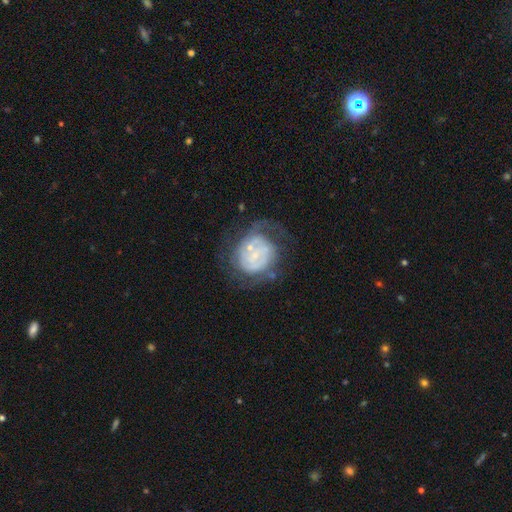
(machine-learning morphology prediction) smooth-or-featured: featured or disk: 71% | smooth: 21% | star or artifact: 8%
  disk-edge-on: no: 98% | yes: 2%
    bar: no: 55% | weak: 35% | strong: 10%
    has-spiral-arms: yes: 73% | no: 27%
      spiral-winding: tight: 57% | medium: 29% | loose: 14%
      spiral-arm-count: can't tell: 46% | 2: 28% | 3: 9% | 1: 9% | 4: 4% | more than 4: 4%
    bulge-size: small: 69% | none: 14% | moderate: 14% | large: 2% | dominant: 1%
  merging: none: 46% | major disturbance: 27% | minor disturbance: 21% | merger: 6%